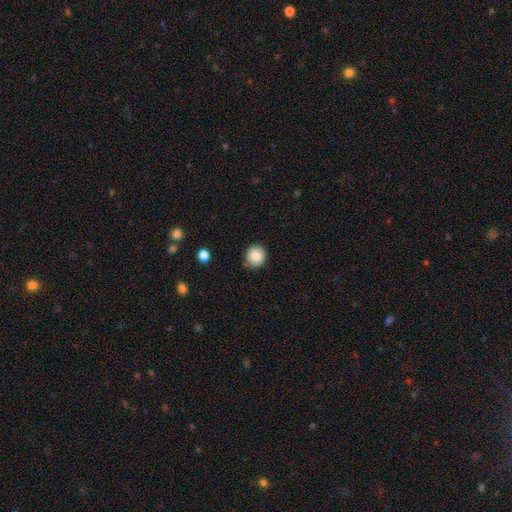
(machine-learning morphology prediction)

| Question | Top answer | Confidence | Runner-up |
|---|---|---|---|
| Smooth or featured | smooth | 86% | star or artifact (9%) |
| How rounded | round | 92% | in between (7%) |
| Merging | none | 87% | minor disturbance (9%) |